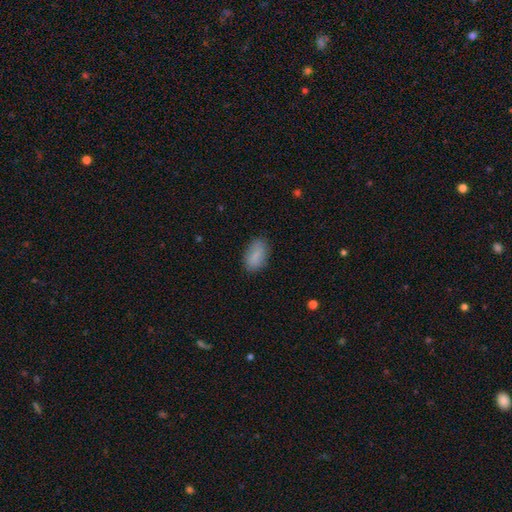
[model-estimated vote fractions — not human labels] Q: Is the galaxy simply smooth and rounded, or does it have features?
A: smooth — 85%.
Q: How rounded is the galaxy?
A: in between — 92%.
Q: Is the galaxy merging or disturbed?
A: none — 83%.